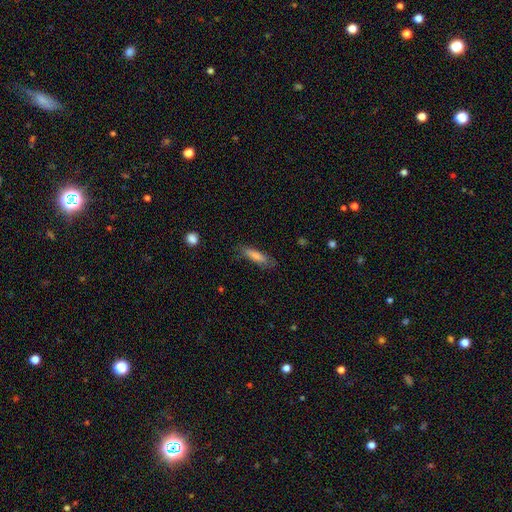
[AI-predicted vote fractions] Overall: smooth (71%). How rounded: cigar-shaped (71%). Merging: none (77%).